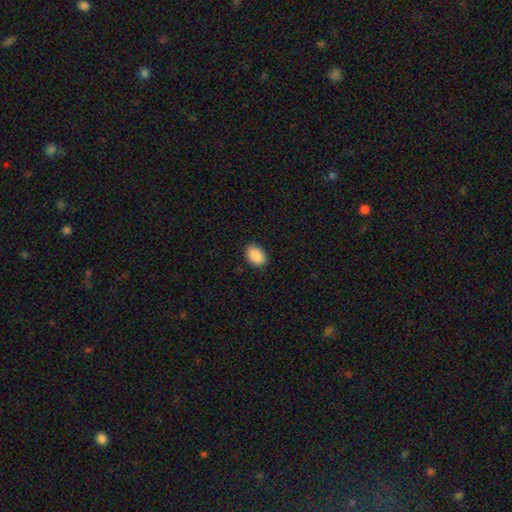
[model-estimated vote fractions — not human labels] smooth 91%, star or artifact 7%, featured or disk 3%. Down the decision tree: how rounded — in between (85%); merging — none (87%).